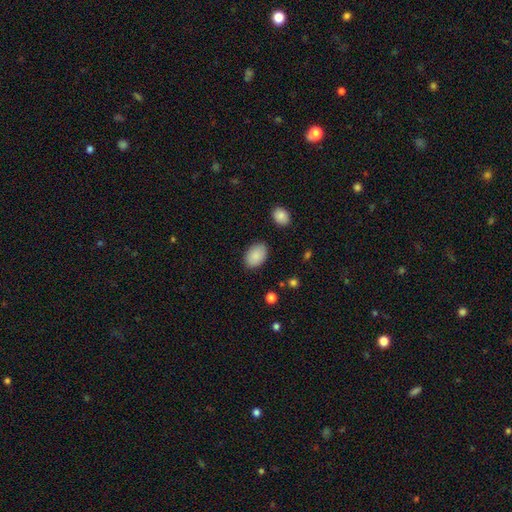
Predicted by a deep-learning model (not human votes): smooth 88%, star or artifact 7%, featured or disk 5%. Down the decision tree: how rounded — in between (86%); merging — none (86%).